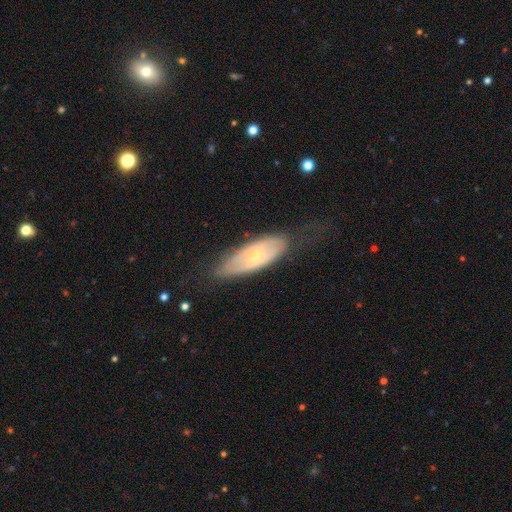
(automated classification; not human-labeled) Smooth or featured: featured or disk — 52% (smooth — 41%)
Edge-on disk: no — 78% (yes — 22%)
Merging: none — 57% (minor disturbance — 28%)